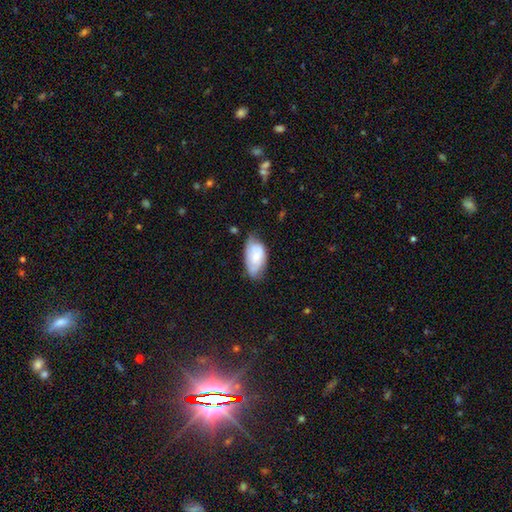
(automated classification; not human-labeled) Morphology: type=smooth (51%); roundness=in between (93%); merging=none (53%).